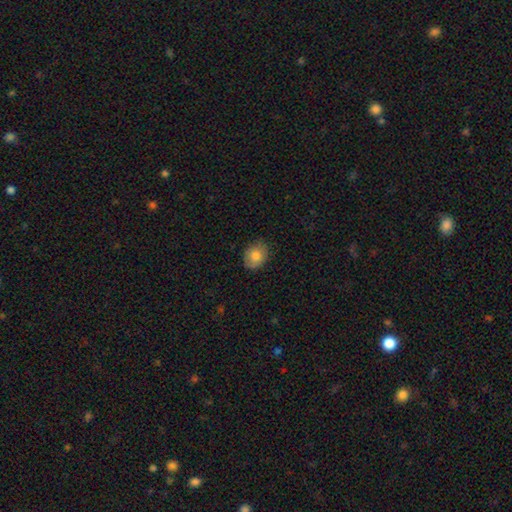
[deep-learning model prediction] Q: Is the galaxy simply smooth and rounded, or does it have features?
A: smooth — 78%.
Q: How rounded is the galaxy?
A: in between — 52%.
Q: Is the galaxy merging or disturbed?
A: none — 78%.